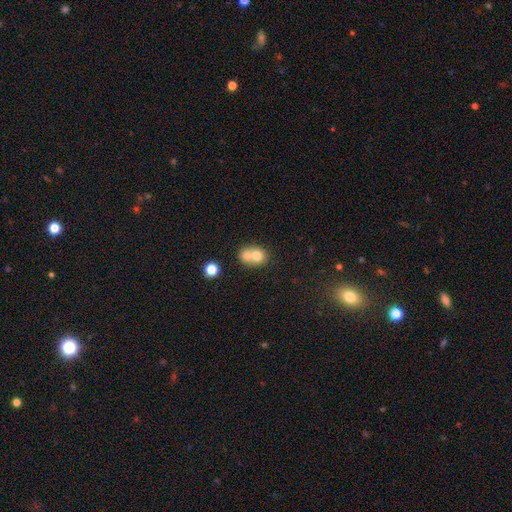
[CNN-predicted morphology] Smooth or featured: smooth — 72% (featured or disk — 18%)
How rounded: round — 72% (in between — 27%)
Merging: merger — 67% (none — 26%)